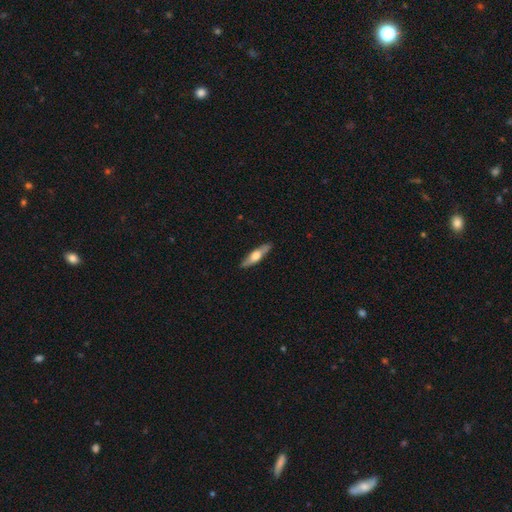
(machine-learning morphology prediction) Overall: featured or disk (48%; smooth 47%). Merging: none (87%).